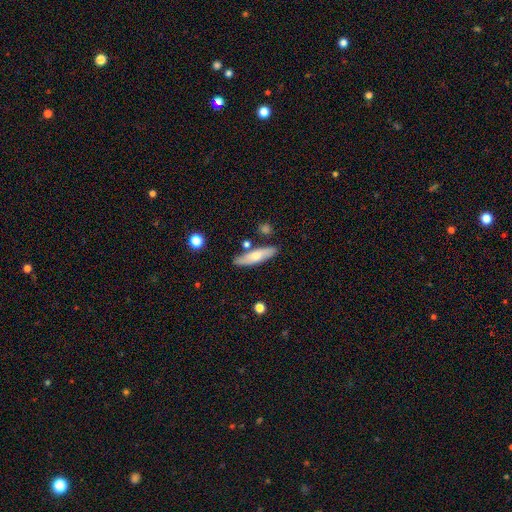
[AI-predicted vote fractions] smooth 63%, featured or disk 31%, star or artifact 6%. Down the decision tree: how rounded — cigar-shaped (64%); merging — none (79%).